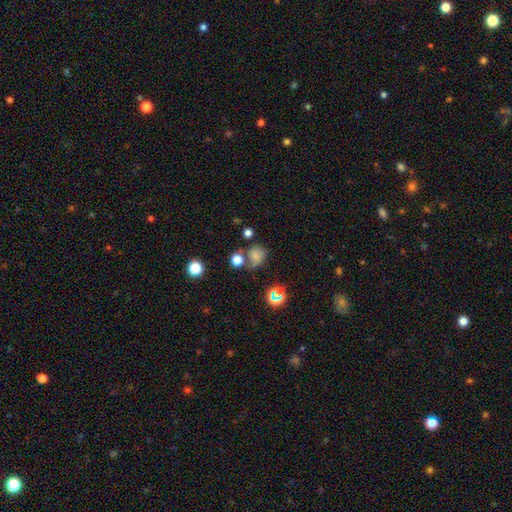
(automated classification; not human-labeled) Smooth or featured: smooth — 66% (star or artifact — 21%)
How rounded: round — 73% (in between — 26%)
Merging: none — 51% (minor disturbance — 21%)